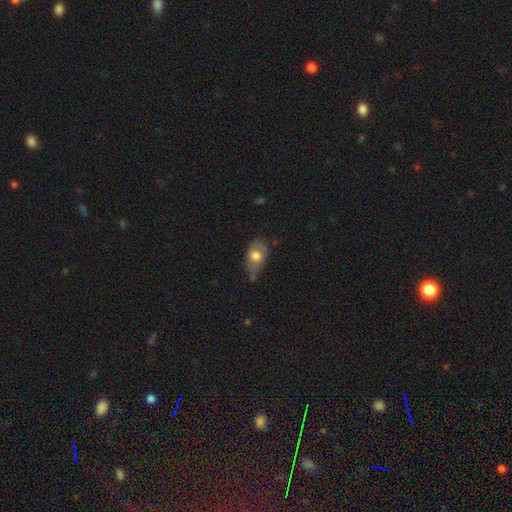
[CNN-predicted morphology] This appears to be a smooth galaxy with no disk features (67%) that is in between round and cigar-shaped (81%). Merging: minor disturbance (42%).